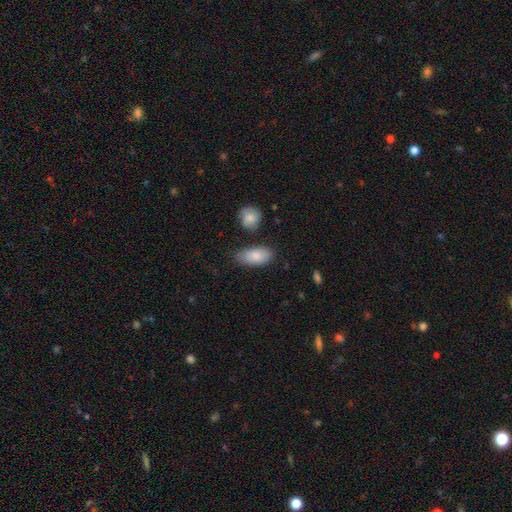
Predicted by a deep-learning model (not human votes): Morphology: type=smooth (85%); roundness=in between (90%); merging=none (73%).